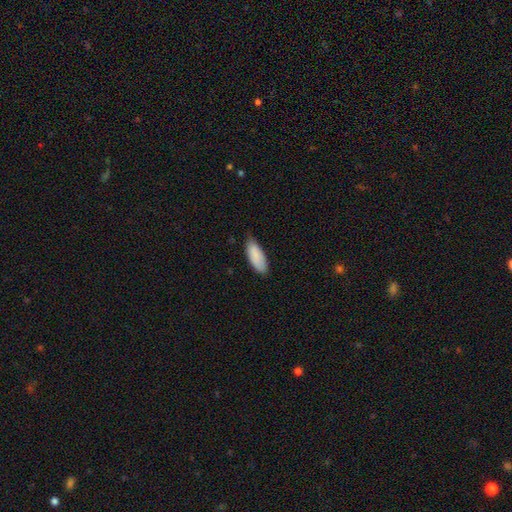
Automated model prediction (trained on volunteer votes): A smooth galaxy with no disk features (88%) that is in between round and cigar-shaped (81%). Merging: none (66%).